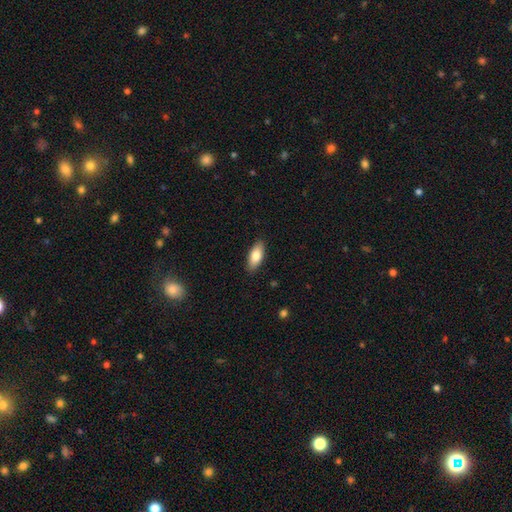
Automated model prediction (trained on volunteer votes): Morphology: type=smooth (80%); roundness=in between (81%); merging=none (89%).